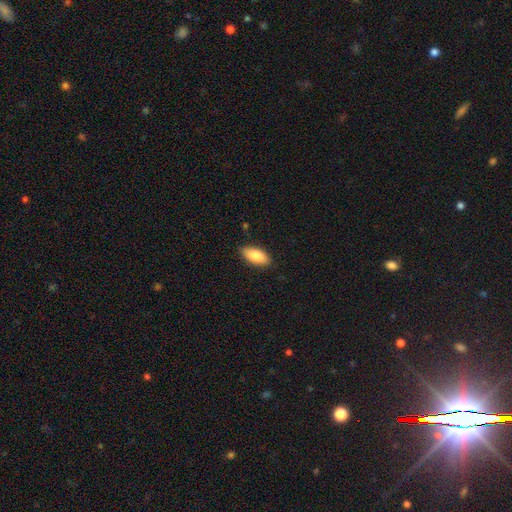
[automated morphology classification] Overall: smooth (85%). How rounded: in between (89%). Merging: none (86%).